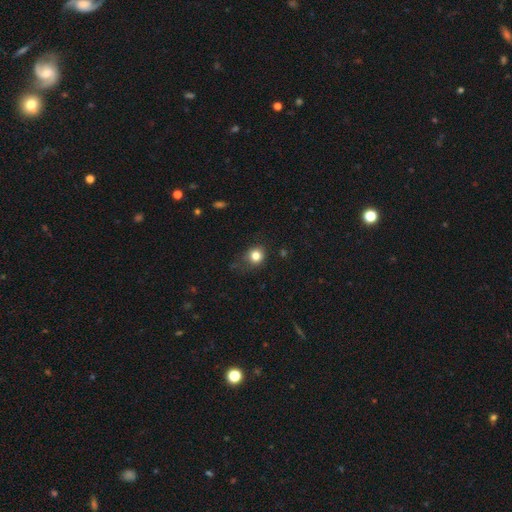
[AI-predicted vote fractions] smooth-or-featured: smooth: 81% | star or artifact: 12% | featured or disk: 7%
  how-rounded: round: 80% | in between: 19% | cigar-shaped: 1%
  merging: none: 67% | minor disturbance: 23% | major disturbance: 8% | merger: 2%